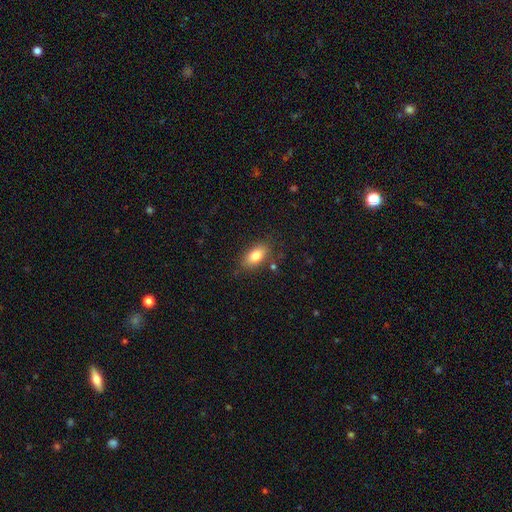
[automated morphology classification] Smooth or featured? Predicted: smooth (p=0.79). How rounded? Predicted: in between (p=0.88). Merging? Predicted: none (p=0.80).